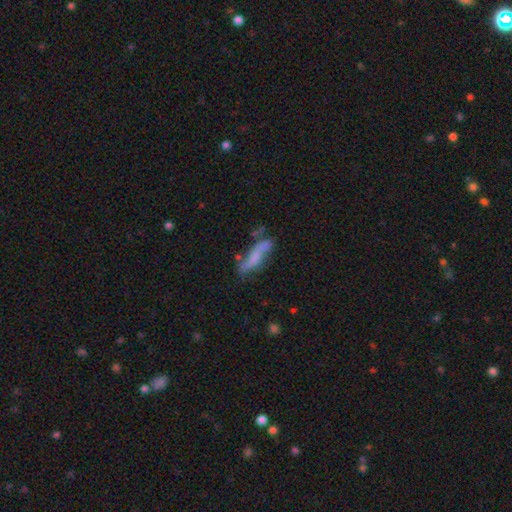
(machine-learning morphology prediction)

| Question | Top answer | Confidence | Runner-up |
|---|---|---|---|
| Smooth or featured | smooth | 47% | featured or disk (45%) |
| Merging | none | 54% | minor disturbance (26%) |